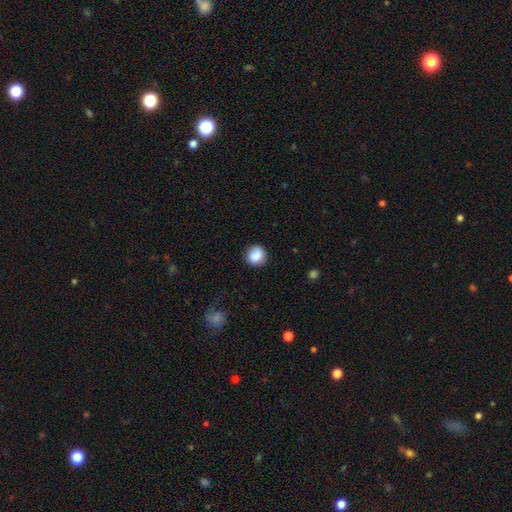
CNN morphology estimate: smooth-or-featured: smooth: 84% | star or artifact: 9% | featured or disk: 7%
  how-rounded: round: 77% | in between: 22% | cigar-shaped: 1%
  merging: none: 75% | minor disturbance: 18% | major disturbance: 5% | merger: 3%